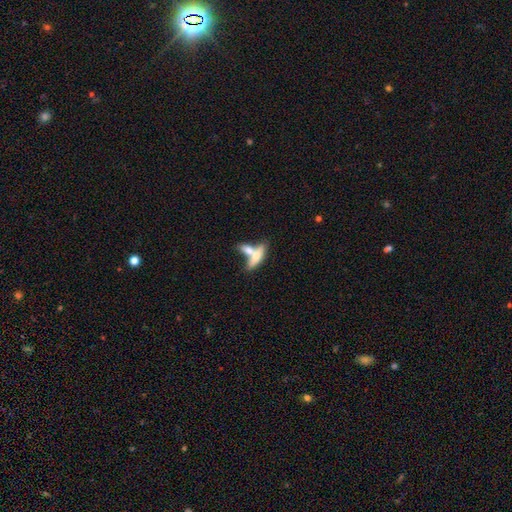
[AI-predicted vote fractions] A smooth galaxy with no disk features (64%) that is in between round and cigar-shaped (54%). Merging: merger (58%).